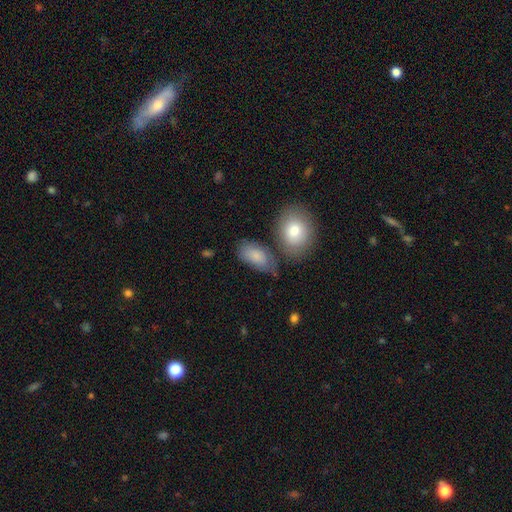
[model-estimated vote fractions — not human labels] Q: Smooth or featured?
A: smooth (83%); runner-up: featured or disk (10%)
Q: How rounded?
A: in between (92%); runner-up: round (5%)
Q: Merging?
A: none (53%); runner-up: minor disturbance (24%)